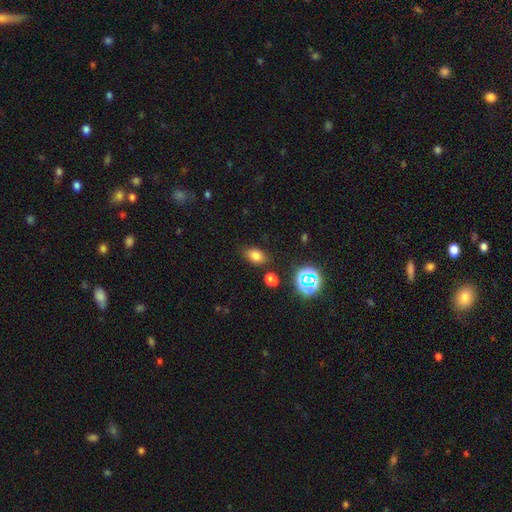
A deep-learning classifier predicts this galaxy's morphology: Smooth or featured? Predicted: smooth (p=0.73). How rounded? Predicted: in between (p=0.80). Merging? Predicted: none (p=0.78).